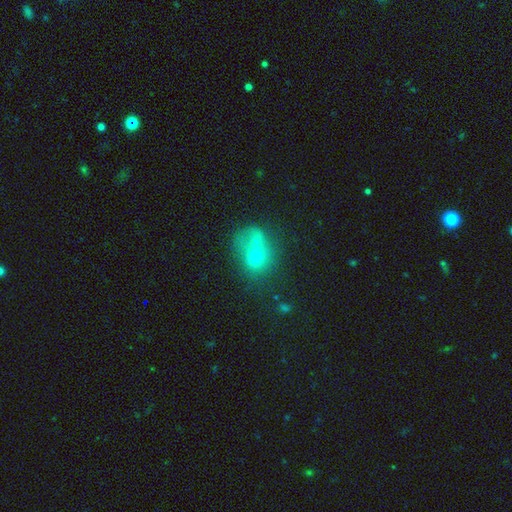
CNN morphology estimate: Smooth or featured? Predicted: smooth (p=0.62). How rounded? Predicted: round (p=0.64). Merging? Predicted: merger (p=0.63).